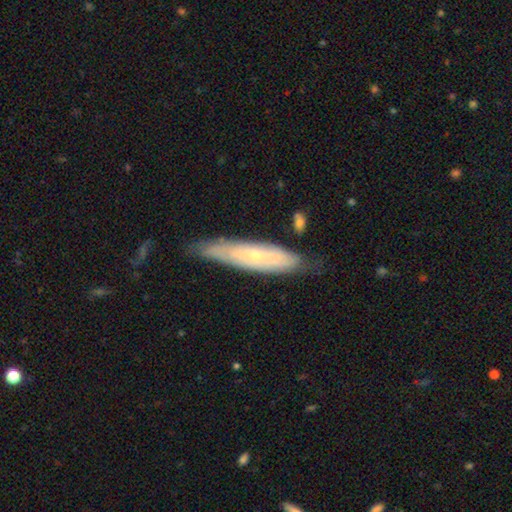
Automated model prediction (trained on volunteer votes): smooth-or-featured: featured or disk: 53% | smooth: 40% | star or artifact: 6%
  disk-edge-on: no: 53% | yes: 47%
  merging: none: 70% | minor disturbance: 23% | major disturbance: 5% | merger: 3%